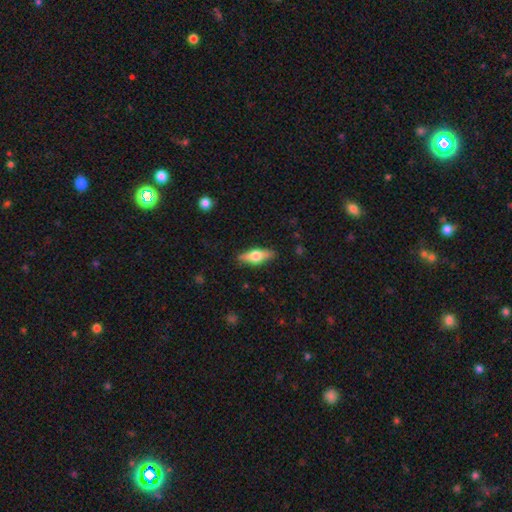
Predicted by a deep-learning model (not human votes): Smooth or featured?
  - featured or disk: 52% *
  - smooth: 42%
  - star or artifact: 6%
Edge-on disk?
  - yes: 93% *
  - no: 7%
Merging?
  - none: 88% *
  - minor disturbance: 9%
  - major disturbance: 2%
  - merger: 1%